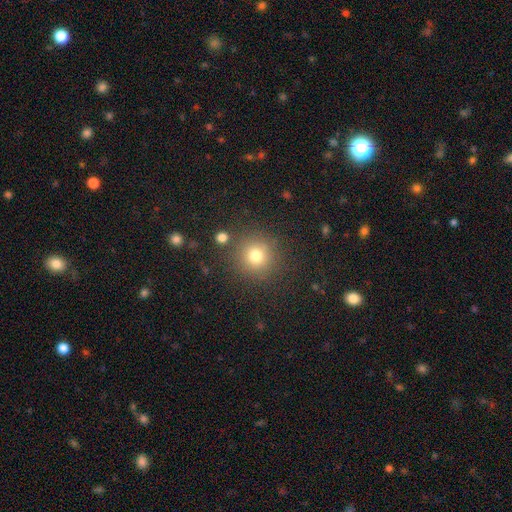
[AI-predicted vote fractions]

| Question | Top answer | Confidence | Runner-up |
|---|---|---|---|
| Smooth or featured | smooth | 75% | star or artifact (16%) |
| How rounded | round | 94% | in between (5%) |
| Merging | none | 85% | minor disturbance (8%) |